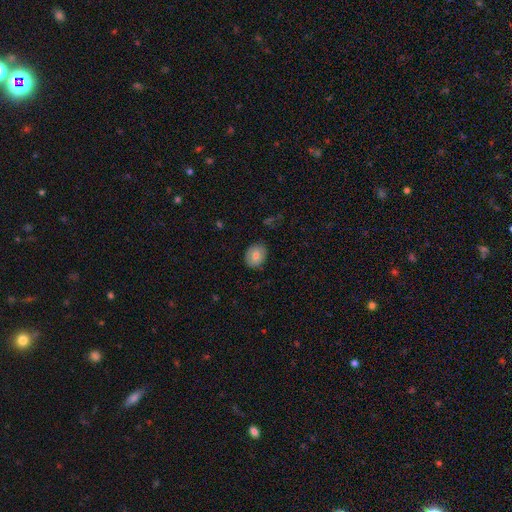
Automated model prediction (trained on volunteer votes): Q: Smooth or featured?
A: smooth (72%); runner-up: featured or disk (20%)
Q: How rounded?
A: in between (57%); runner-up: round (42%)
Q: Merging?
A: none (84%); runner-up: minor disturbance (12%)